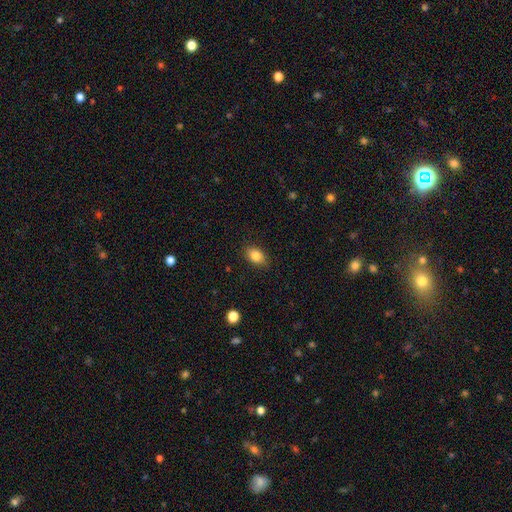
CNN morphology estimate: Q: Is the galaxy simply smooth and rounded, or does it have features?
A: smooth — 83%.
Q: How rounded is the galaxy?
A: in between — 81%.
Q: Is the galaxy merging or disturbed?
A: none — 86%.